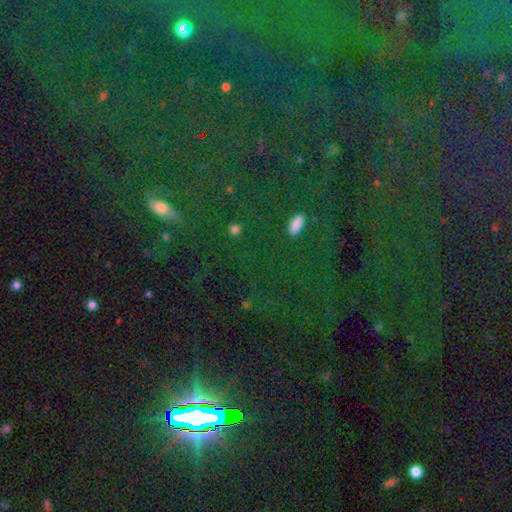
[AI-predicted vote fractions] A star or artifact, not a galaxy (79%).